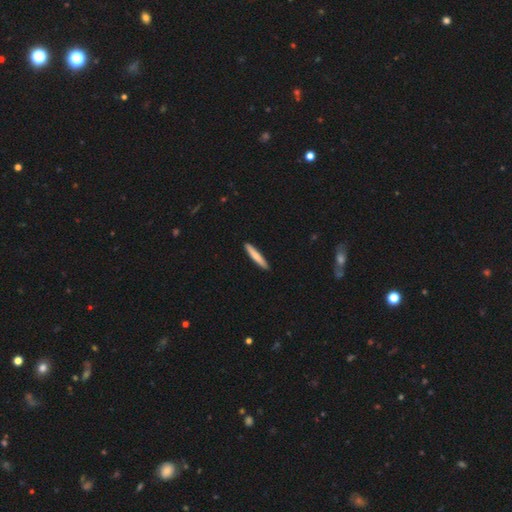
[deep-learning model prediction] This is likely a smooth galaxy (73%). How rounded: clearly cigar-shaped (93%). Merging: clearly none (91%).